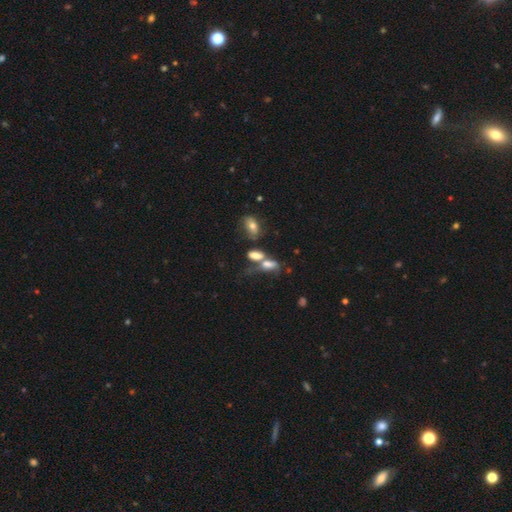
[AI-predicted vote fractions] A smooth galaxy with no disk features (65%) that is in between round and cigar-shaped (76%).

Vote fractions:
- Smooth or featured? smooth: 65% / featured or disk: 22% / star or artifact: 14%
- How rounded? in between: 76% / cigar-shaped: 16% / round: 9%
- Merging? merger: 53% / none: 24% / minor disturbance: 12% / major disturbance: 11%